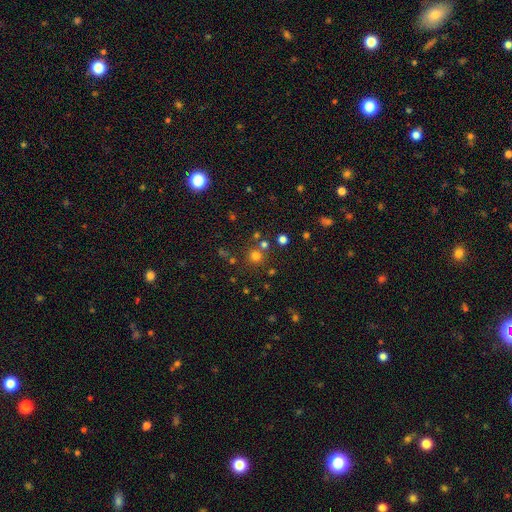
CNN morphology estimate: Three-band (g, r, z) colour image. It shows a smooth galaxy with no disk features (70%) that is round (93%). Merging: none (77%).